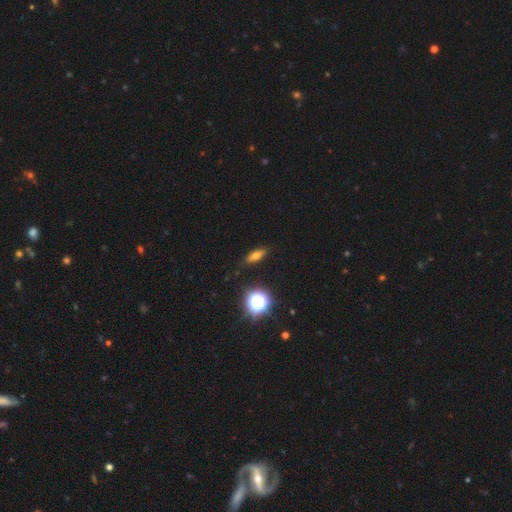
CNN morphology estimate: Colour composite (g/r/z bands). It shows a smooth galaxy with no disk features (62%) that is in between round and cigar-shaped (56%). Merging: none (85%).